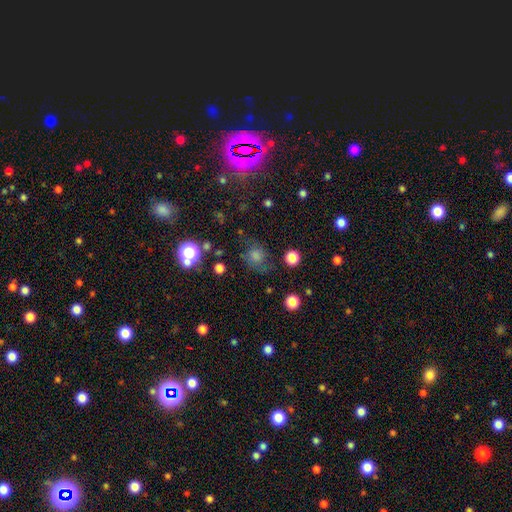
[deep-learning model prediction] A smooth galaxy with no disk features (69%) that is round (76%). Merging: none (63%).